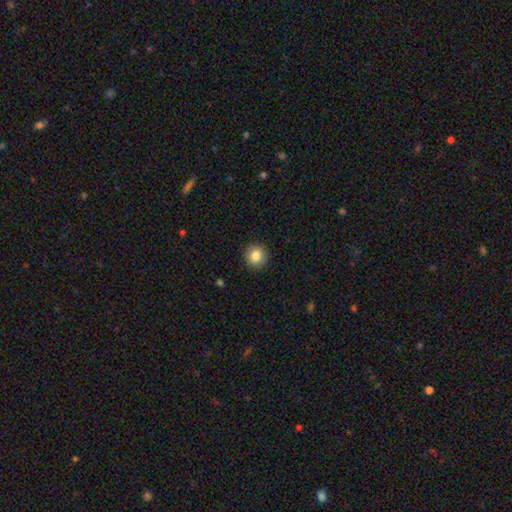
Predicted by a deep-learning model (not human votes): smooth 84%, star or artifact 10%, featured or disk 6%. Down the decision tree: how rounded — round (94%); merging — none (92%).